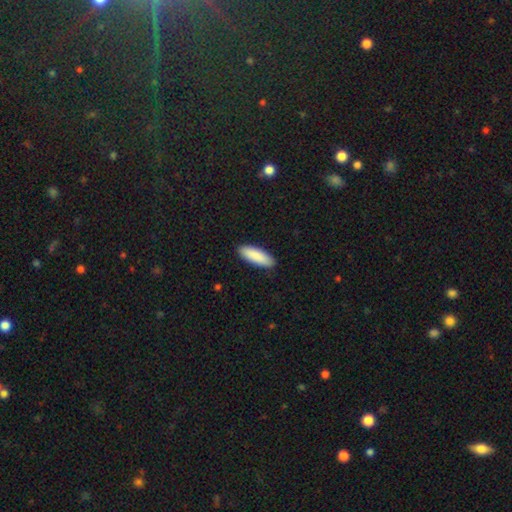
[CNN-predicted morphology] smooth 90%, star or artifact 5%, featured or disk 5%. Down the decision tree: how rounded — in between (59%); merging — none (90%).